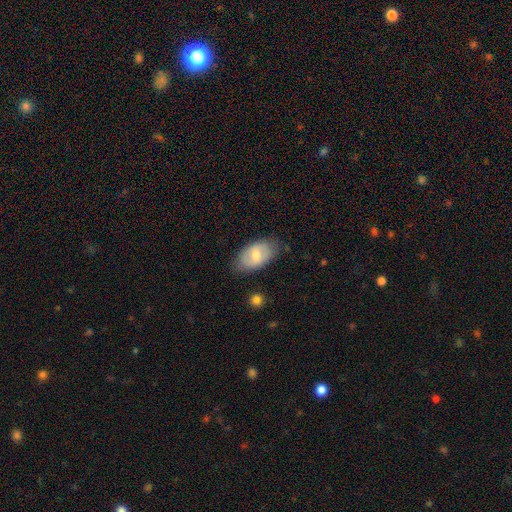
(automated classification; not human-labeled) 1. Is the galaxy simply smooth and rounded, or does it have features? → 64% smooth, 30% featured or disk, 6% star or artifact.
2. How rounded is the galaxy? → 93% in between, 5% round, 2% cigar-shaped.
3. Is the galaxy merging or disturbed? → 76% none, 18% minor disturbance, 4% major disturbance, 2% merger.